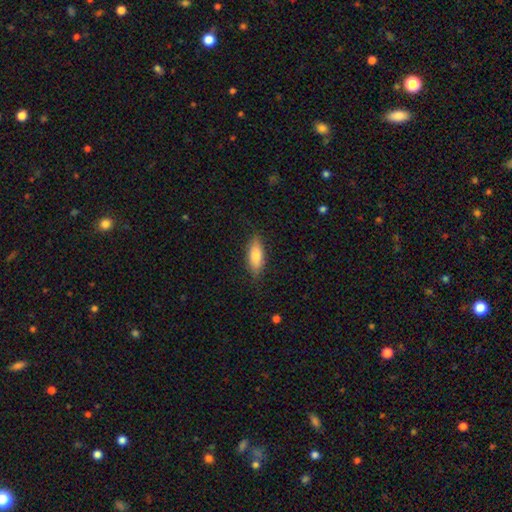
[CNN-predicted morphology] This is likely a smooth galaxy (77%). How rounded: likely in between (71%). Merging: clearly none (82%).